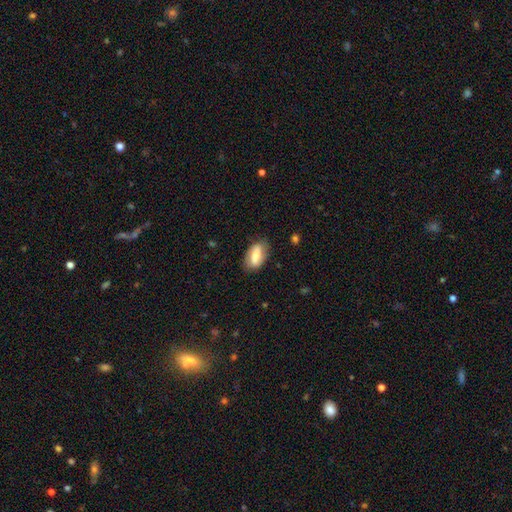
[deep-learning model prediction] smooth_or_featured: smooth (p=0.55) [alt: featured or disk p=0.39]
how_rounded: in between (p=0.89) [alt: cigar-shaped p=0.06]
merging: none (p=0.79) [alt: minor disturbance p=0.15]